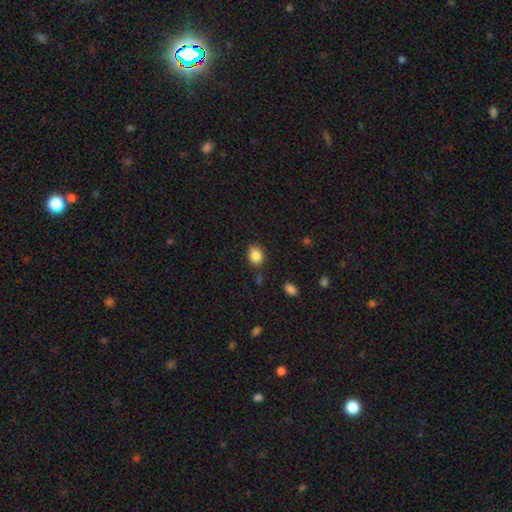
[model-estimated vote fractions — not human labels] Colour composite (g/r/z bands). It shows a smooth galaxy with no disk features (85%) that is in between round and cigar-shaped (51%). Merging: none (80%).